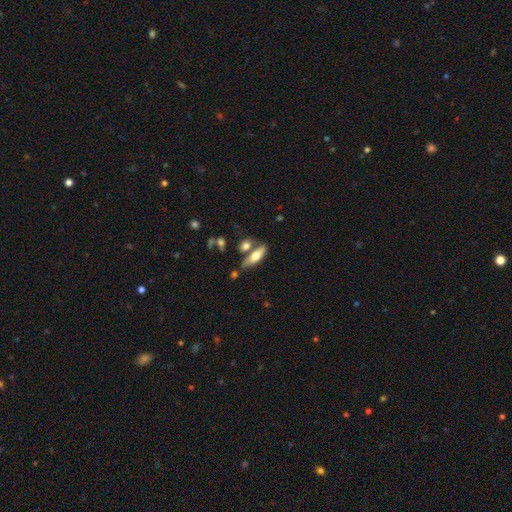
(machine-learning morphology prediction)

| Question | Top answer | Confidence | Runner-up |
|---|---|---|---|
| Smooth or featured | smooth | 62% | featured or disk (32%) |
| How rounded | in between | 52% | cigar-shaped (45%) |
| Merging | none | 59% | merger (20%) |